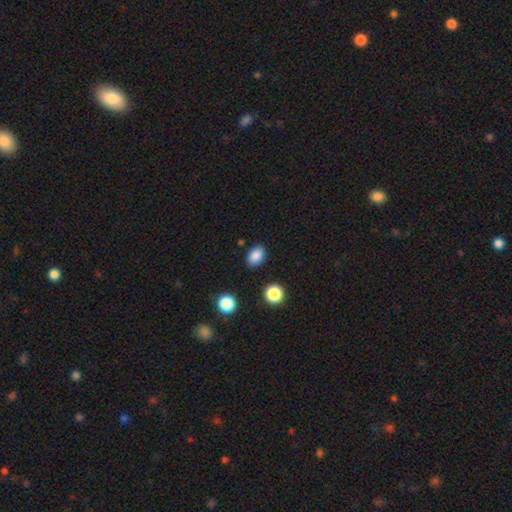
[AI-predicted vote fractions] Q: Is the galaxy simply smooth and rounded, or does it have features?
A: smooth — 86%.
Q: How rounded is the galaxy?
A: in between — 80%.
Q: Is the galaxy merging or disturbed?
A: none — 87%.